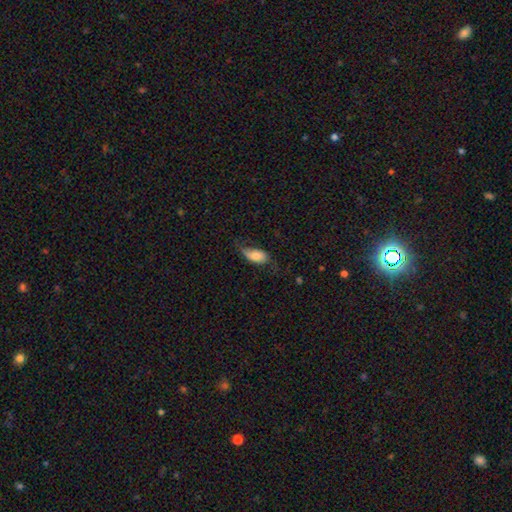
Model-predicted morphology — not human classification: A smooth galaxy with no disk features (66%) that is in between round and cigar-shaped (90%).

Vote fractions:
- Smooth or featured? smooth: 66% / featured or disk: 27% / star or artifact: 7%
- How rounded? in between: 90% / cigar-shaped: 6% / round: 4%
- Merging? none: 46% / minor disturbance: 33% / major disturbance: 20% / merger: 2%